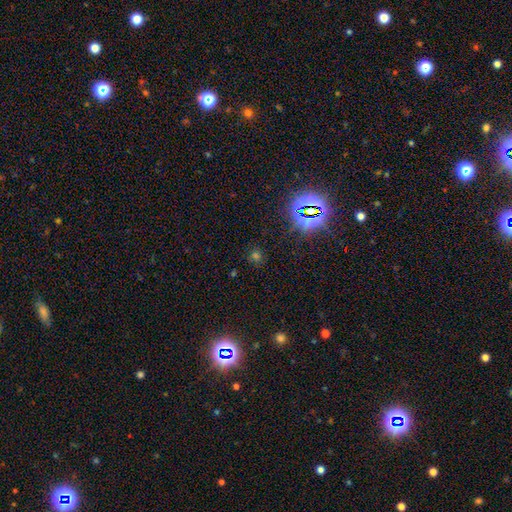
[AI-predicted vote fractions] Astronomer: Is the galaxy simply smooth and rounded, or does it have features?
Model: star or artifact — 61%.